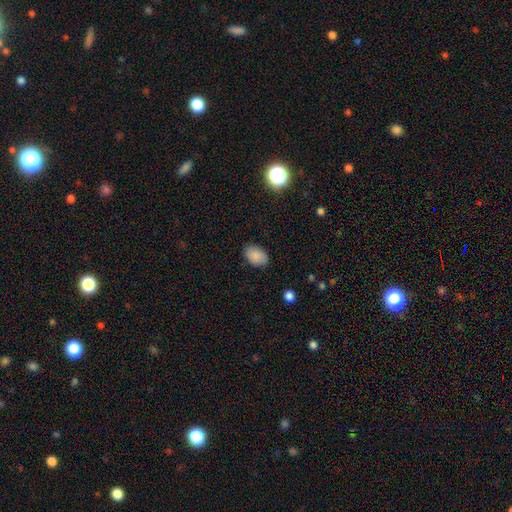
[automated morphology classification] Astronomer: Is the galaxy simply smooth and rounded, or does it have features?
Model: smooth — 87%.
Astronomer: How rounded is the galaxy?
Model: in between — 88%.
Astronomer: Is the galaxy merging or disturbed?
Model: none — 86%.